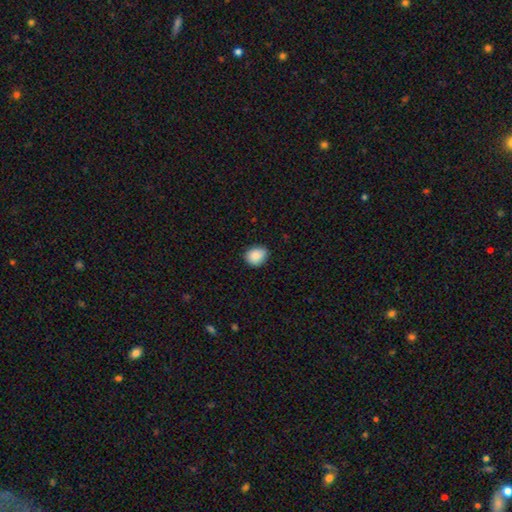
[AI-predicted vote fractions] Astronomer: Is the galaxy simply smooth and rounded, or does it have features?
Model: smooth — 87%.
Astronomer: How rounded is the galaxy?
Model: round — 58% (runner-up: in between, 41%).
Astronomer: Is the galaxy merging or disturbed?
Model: none — 77%.